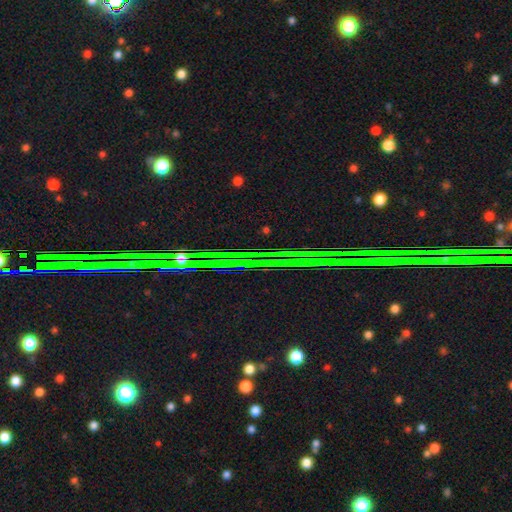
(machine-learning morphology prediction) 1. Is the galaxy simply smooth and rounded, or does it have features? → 83% star or artifact, 10% featured or disk, 7% smooth.